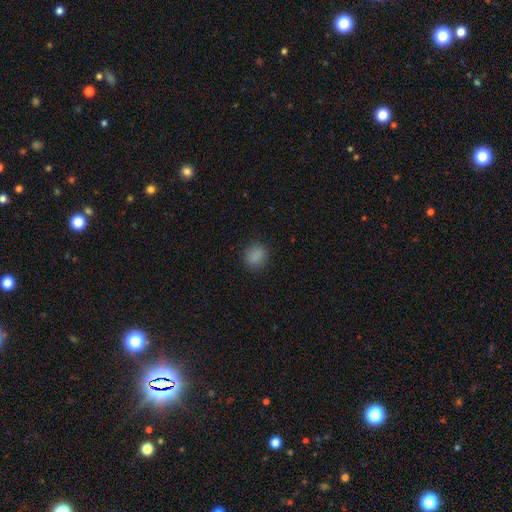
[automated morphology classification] Overall: smooth (86%). How rounded: round (84%). Merging: none (88%).